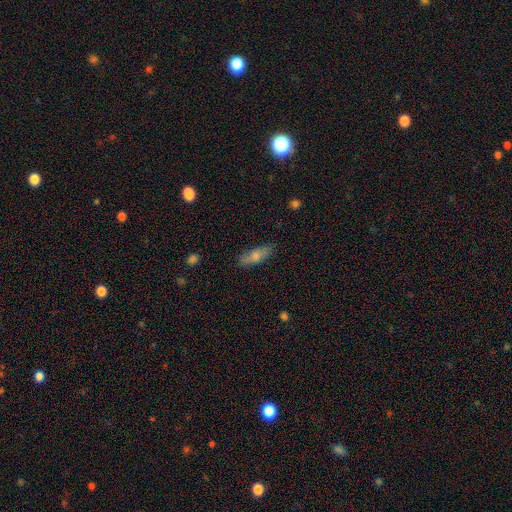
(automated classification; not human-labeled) smooth_or_featured: smooth (p=0.73) [alt: featured or disk p=0.21]
how_rounded: in between (p=0.61) [alt: cigar-shaped p=0.36]
merging: none (p=0.78) [alt: minor disturbance p=0.16]